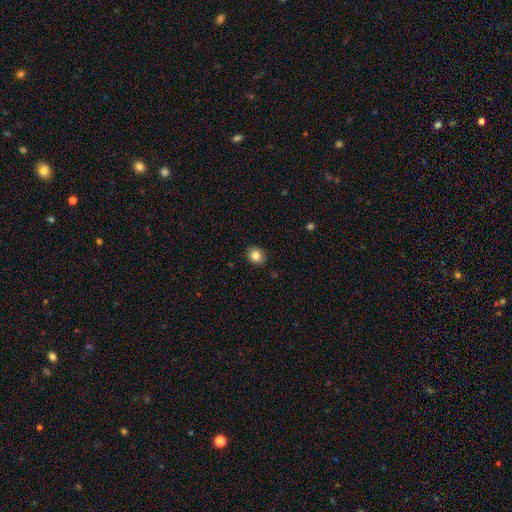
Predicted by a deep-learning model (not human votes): smooth 83%, star or artifact 11%, featured or disk 6%. Down the decision tree: how rounded — round (77%); merging — none (91%).